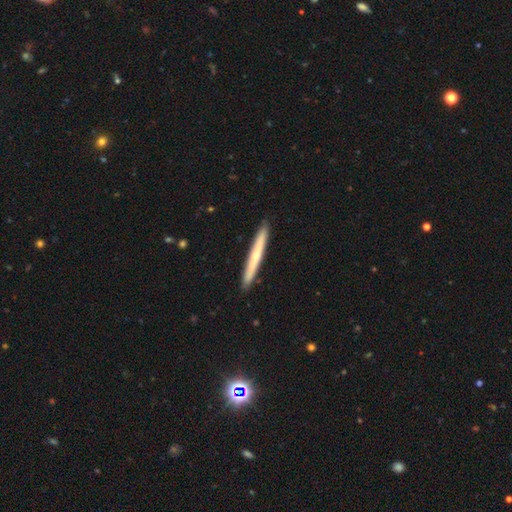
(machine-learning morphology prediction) Smooth or featured? Predicted: featured or disk (p=0.49). Merging? Predicted: none (p=0.92).